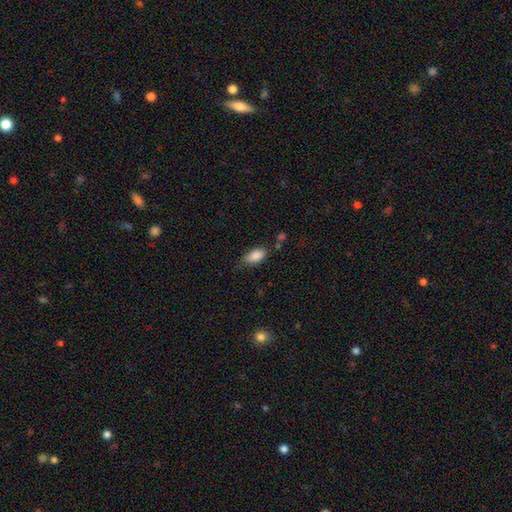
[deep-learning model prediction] smooth_or_featured: smooth (p=0.87) [alt: star or artifact p=0.08]
how_rounded: in between (p=0.91) [alt: cigar-shaped p=0.06]
merging: none (p=0.67) [alt: minor disturbance p=0.23]